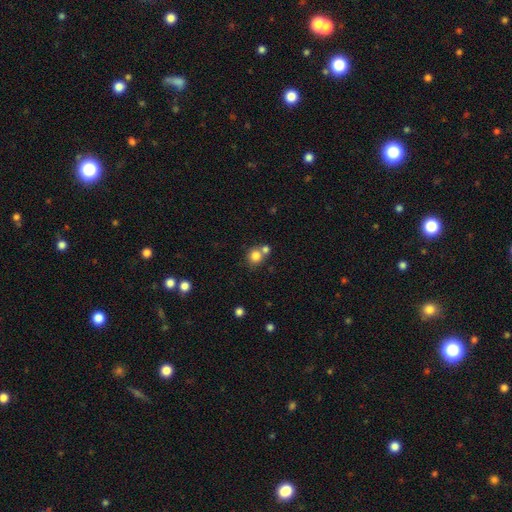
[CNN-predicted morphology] This is clearly a smooth galaxy (81%). How rounded: clearly round (85%). Merging: possibly none (52%).